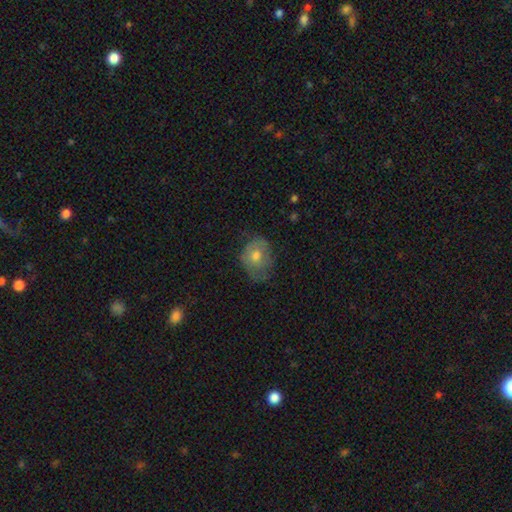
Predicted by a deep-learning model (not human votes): Morphology: type=smooth (61%); roundness=round (51%); merging=none (50%).